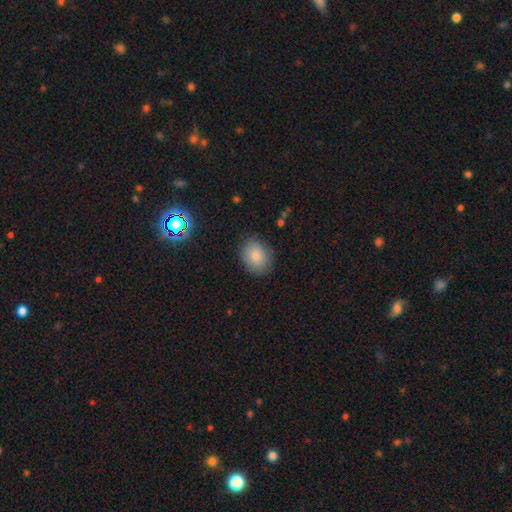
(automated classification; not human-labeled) Q: Smooth or featured?
A: smooth (84%); runner-up: star or artifact (9%)
Q: How rounded?
A: in between (50%); runner-up: round (49%)
Q: Merging?
A: none (84%); runner-up: minor disturbance (12%)